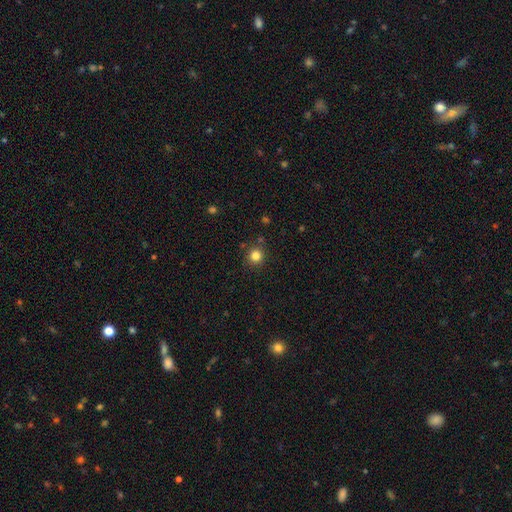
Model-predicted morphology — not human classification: A smooth galaxy with no disk features (83%) that is round (92%). Merging: none (88%).